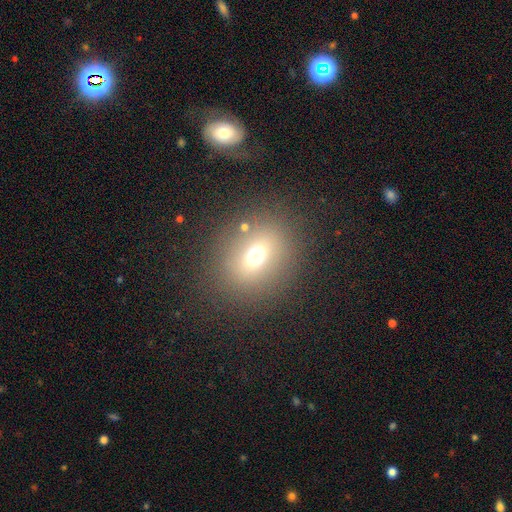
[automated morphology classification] type=smooth (66%); roundness=round (58%); merging=none (83%).